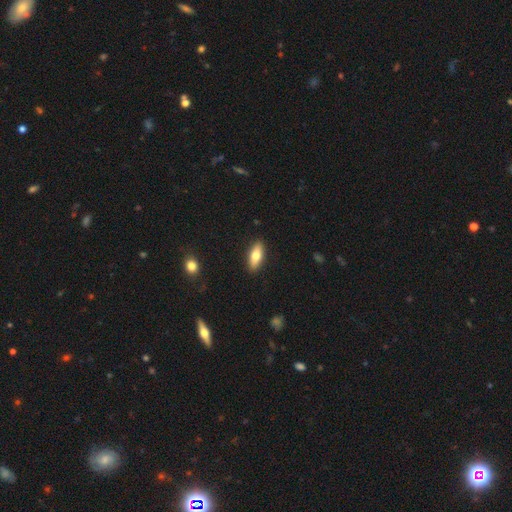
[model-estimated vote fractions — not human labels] This appears to be a smooth galaxy with no disk features (74%) that is in between round and cigar-shaped (72%). Merging: none (90%).